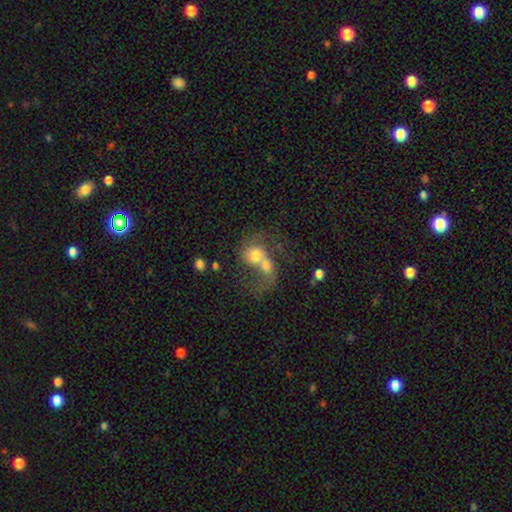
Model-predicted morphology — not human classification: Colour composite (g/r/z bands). It shows a smooth galaxy with no disk features (50%) that is round (64%). Merging: merger (79%).